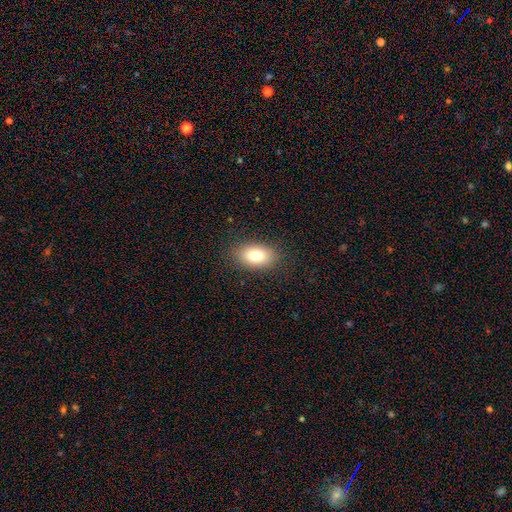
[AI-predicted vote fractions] A smooth galaxy with no disk features (78%) that is in between round and cigar-shaped (87%). Merging: none (87%).